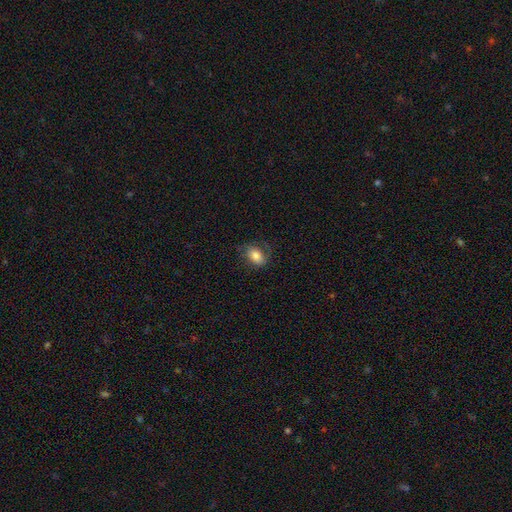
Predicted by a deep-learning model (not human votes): The model was most divided on "merging": none: 63%, minor disturbance: 23%, major disturbance: 13%, merger: 1%. More confident: how rounded — in between (81%); smooth or featured — smooth (73%).